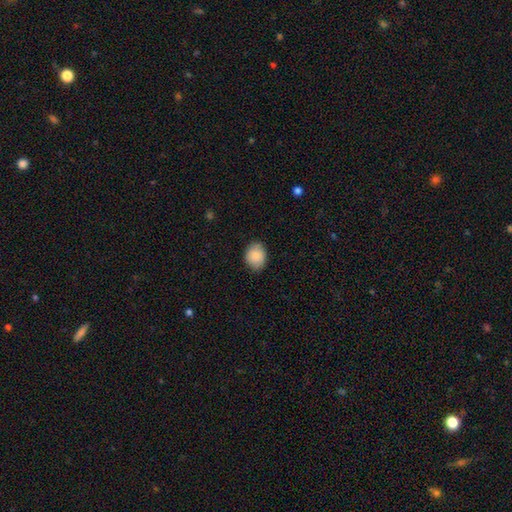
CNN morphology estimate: Smooth or featured: smooth — 86% (star or artifact — 7%)
How rounded: round — 50% (in between — 49%)
Merging: none — 82% (minor disturbance — 15%)